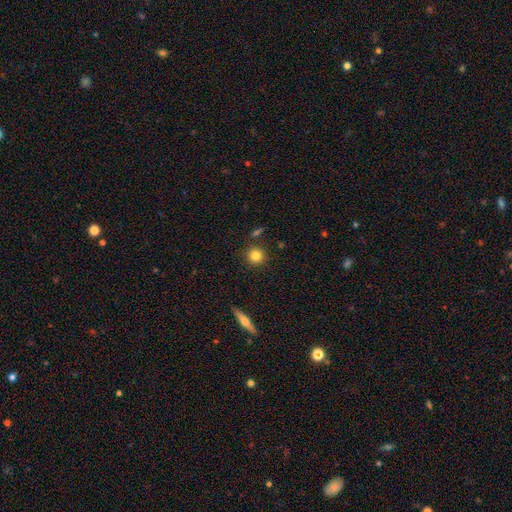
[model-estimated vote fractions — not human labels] Q: Smooth or featured?
A: smooth (82%); runner-up: star or artifact (10%)
Q: How rounded?
A: round (92%); runner-up: in between (7%)
Q: Merging?
A: none (85%); runner-up: minor disturbance (8%)